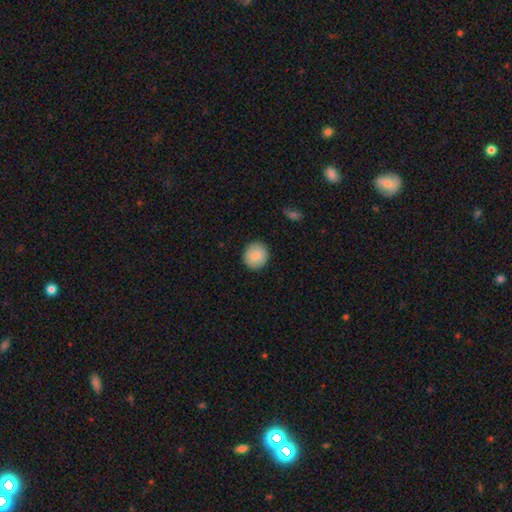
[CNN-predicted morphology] smooth 86%, featured or disk 7%, star or artifact 7%. Down the decision tree: how rounded — round (91%); merging — none (90%).